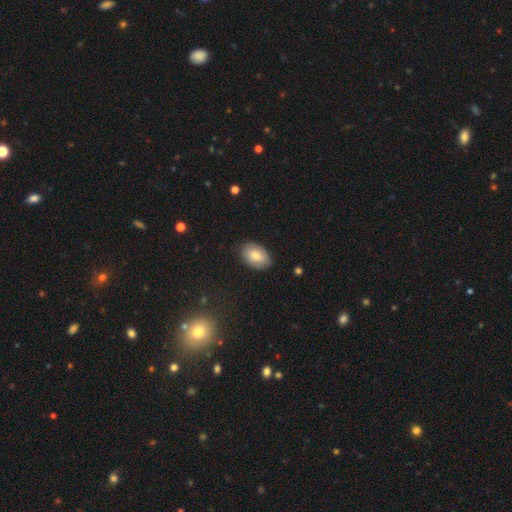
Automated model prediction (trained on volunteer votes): A smooth galaxy with no disk features (77%) that is in between round and cigar-shaped (89%). Merging: none (83%).